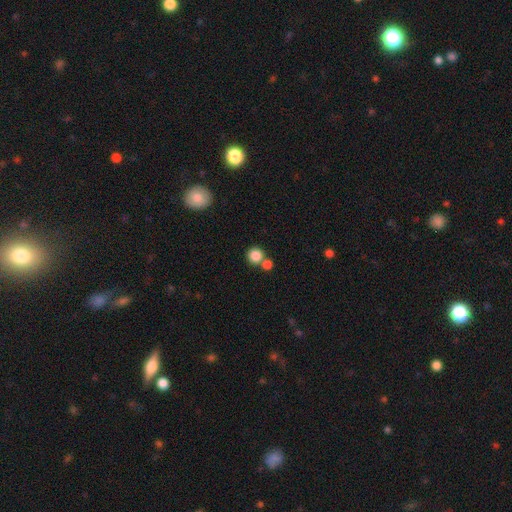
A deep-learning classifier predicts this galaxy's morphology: Smooth or featured: smooth — 85% (star or artifact — 10%)
How rounded: round — 92% (in between — 7%)
Merging: none — 61% (merger — 29%)